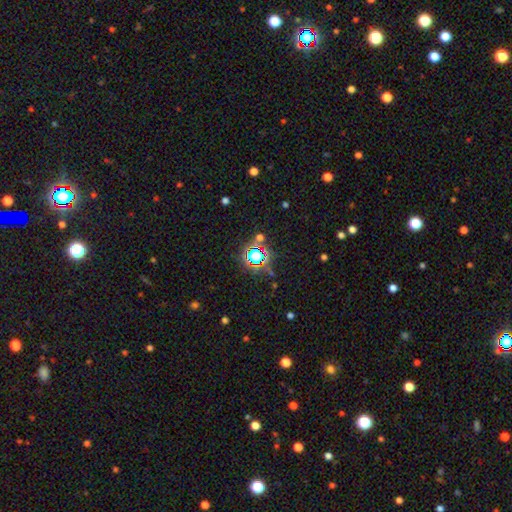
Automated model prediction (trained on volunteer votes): smooth-or-featured: star or artifact: 68% | smooth: 22% | featured or disk: 10%